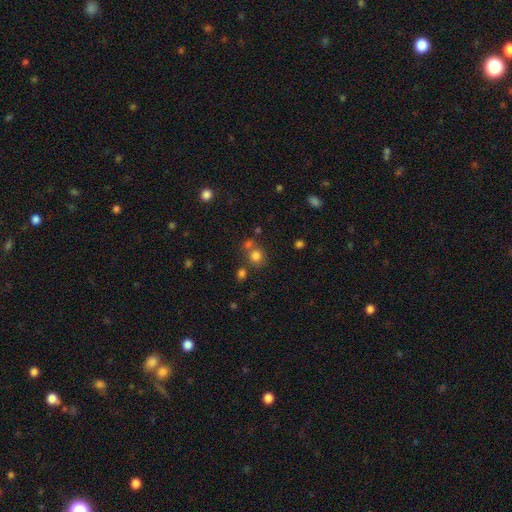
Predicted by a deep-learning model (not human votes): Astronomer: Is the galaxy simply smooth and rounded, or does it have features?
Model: smooth — 76%.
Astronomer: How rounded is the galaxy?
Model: round — 85%.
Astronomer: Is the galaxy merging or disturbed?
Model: none — 63%.